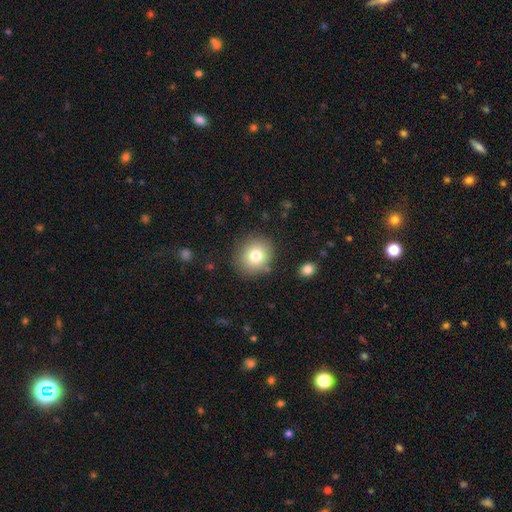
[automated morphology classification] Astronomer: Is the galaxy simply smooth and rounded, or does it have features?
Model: smooth — 78%.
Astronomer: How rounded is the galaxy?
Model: round — 80%.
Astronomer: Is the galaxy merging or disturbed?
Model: none — 84%.